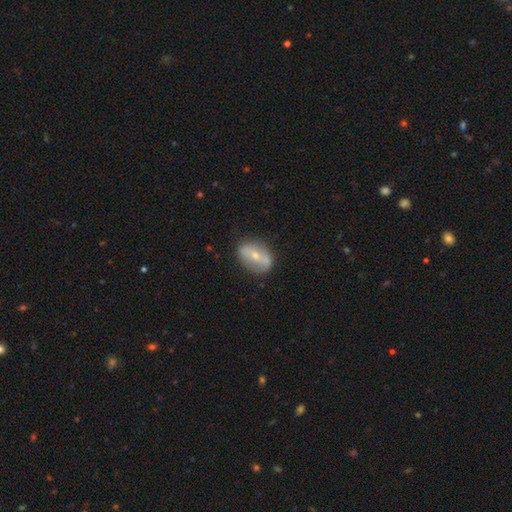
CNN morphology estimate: This appears to be a featured or disk galaxy (53%). Merging: none (75%).